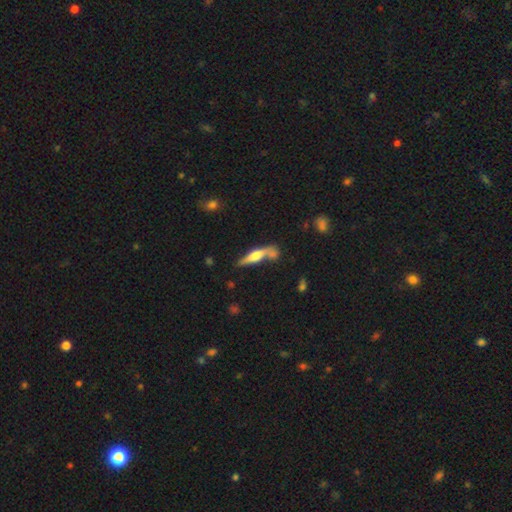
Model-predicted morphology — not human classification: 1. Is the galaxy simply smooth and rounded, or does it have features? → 54% featured or disk, 39% smooth, 7% star or artifact.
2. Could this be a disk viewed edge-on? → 89% yes, 11% no.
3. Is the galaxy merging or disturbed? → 51% none, 23% merger, 18% minor disturbance, 8% major disturbance.